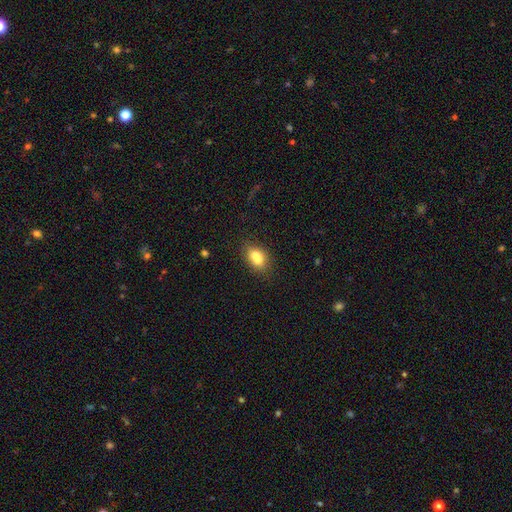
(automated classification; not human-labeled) This is likely a smooth galaxy (72%). How rounded: likely in between (71%). Merging: marginally none (43%).